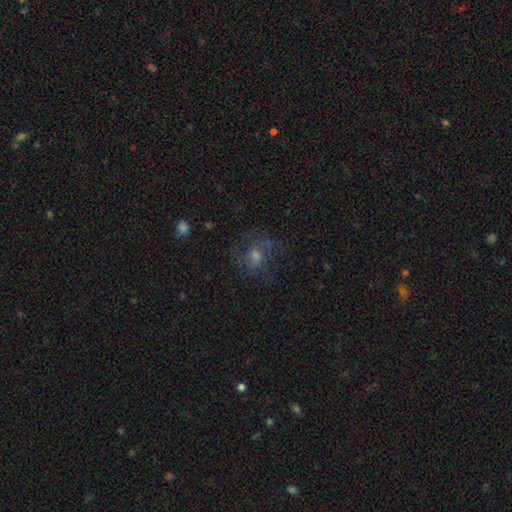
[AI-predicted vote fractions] Overall: featured or disk (46%; smooth 32%). Merging: none (58%; major disturbance 21%).